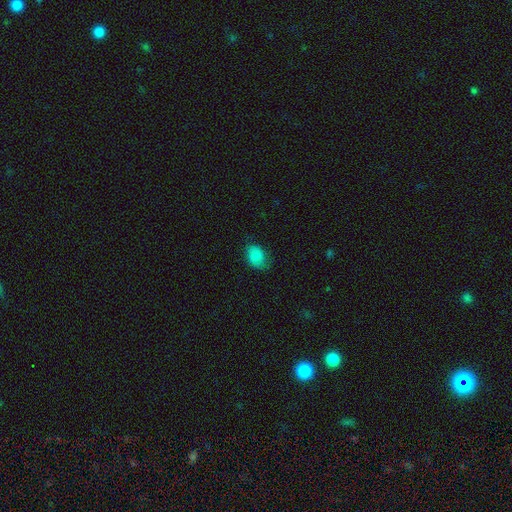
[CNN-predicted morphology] Overall: smooth (80%). How rounded: in between (74%). Merging: none (61%; minor disturbance 28%).